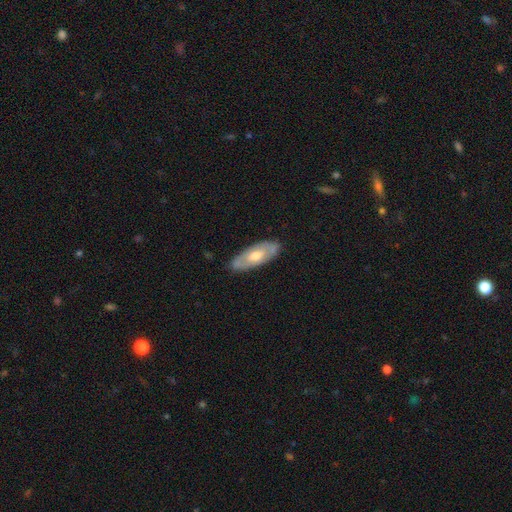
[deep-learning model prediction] Q: Smooth or featured?
A: featured or disk (53%); runner-up: smooth (42%)
Q: Edge-on disk?
A: no (77%); runner-up: yes (23%)
Q: Merging?
A: none (82%); runner-up: minor disturbance (14%)